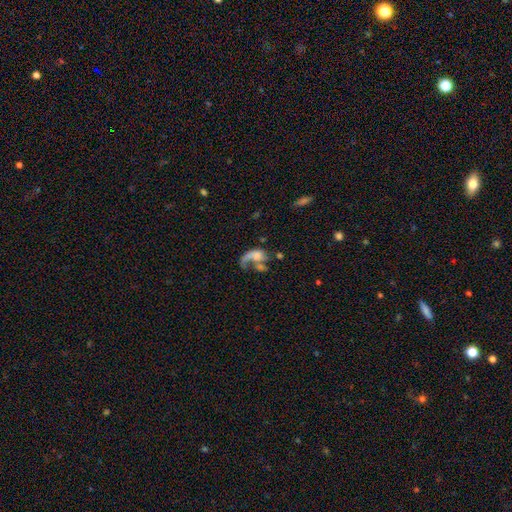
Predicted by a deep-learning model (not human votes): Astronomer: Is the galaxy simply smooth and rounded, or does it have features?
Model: featured or disk — 51% (runner-up: smooth, 37%).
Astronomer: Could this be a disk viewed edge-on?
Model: no — 96%.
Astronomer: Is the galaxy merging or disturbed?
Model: major disturbance — 39% (runner-up: merger, 33%).